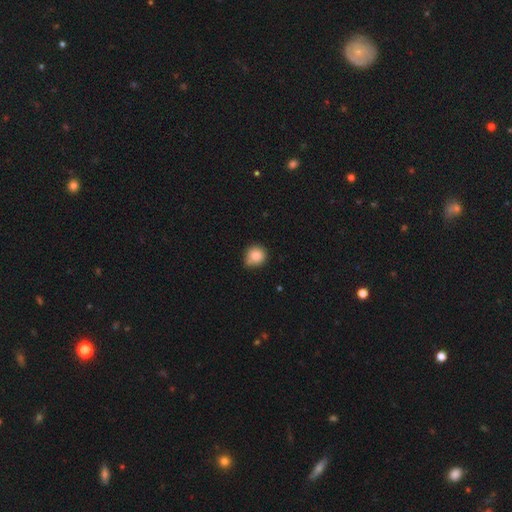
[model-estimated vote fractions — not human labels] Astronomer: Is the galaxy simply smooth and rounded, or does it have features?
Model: smooth — 85%.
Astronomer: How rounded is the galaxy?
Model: round — 89%.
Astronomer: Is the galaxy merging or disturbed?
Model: none — 64%.